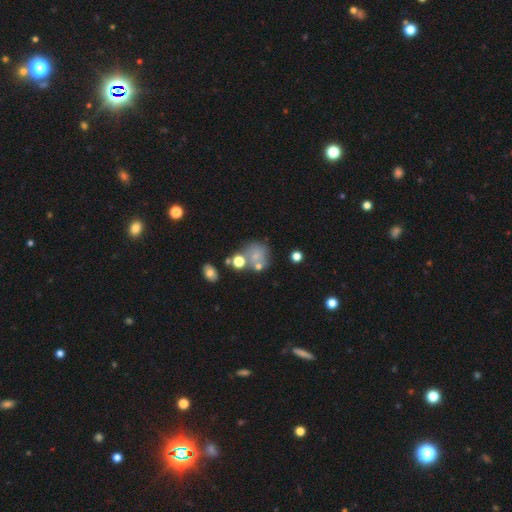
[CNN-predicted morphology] smooth_or_featured: smooth (p=0.62) [alt: featured or disk p=0.22]
how_rounded: round (p=0.77) [alt: in between p=0.22]
merging: none (p=0.48) [alt: merger p=0.24]